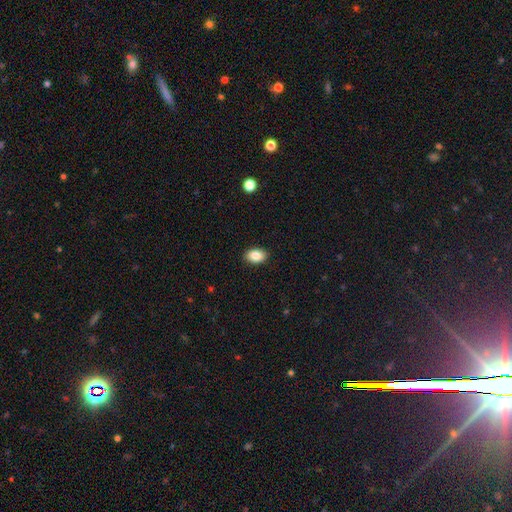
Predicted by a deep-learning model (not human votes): This appears to be a smooth galaxy with no disk features (86%) that is in between round and cigar-shaped (84%). Merging: none (90%).